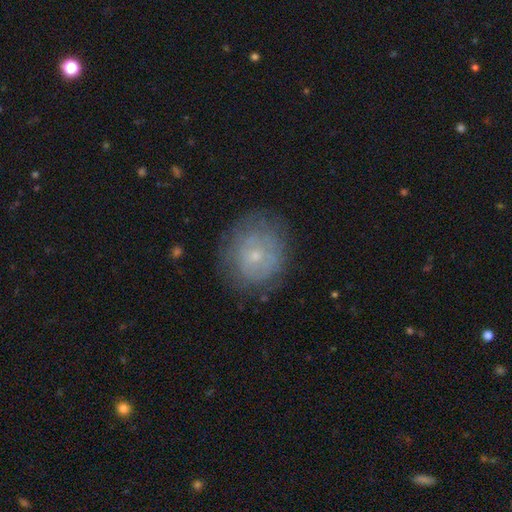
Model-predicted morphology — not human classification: A featured or disk galaxy (47%). Merging: none (71%).